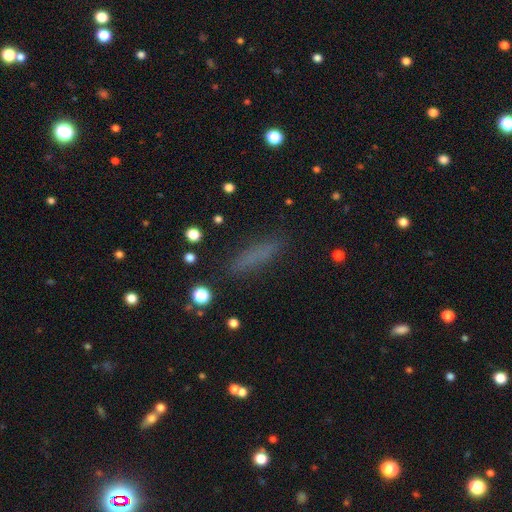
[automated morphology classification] smooth_or_featured: smooth (p=0.72) [alt: star or artifact p=0.15]
how_rounded: cigar-shaped (p=0.79) [alt: in between p=0.18]
merging: none (p=0.86) [alt: minor disturbance p=0.09]